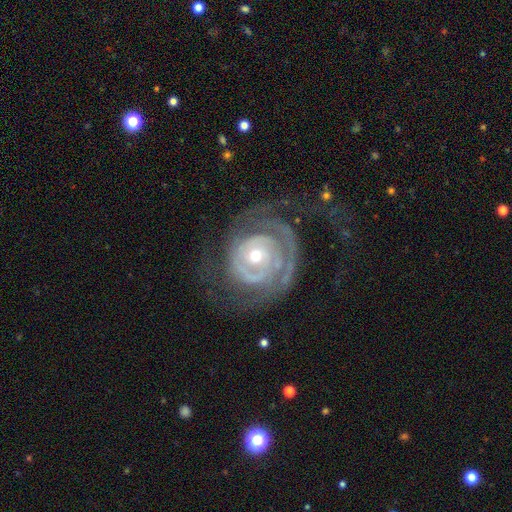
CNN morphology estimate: This is clearly a featured or disk galaxy (87%). It is clearly not viewed edge-on (97%). Bar: likely no (75%). Spiral arm pattern: clearly yes (91%). Spiral arm count: marginally 2 (32%). Spiral winding: likely tight (71%). Central bulge: possibly small (48%). Merging: possibly none (54%).